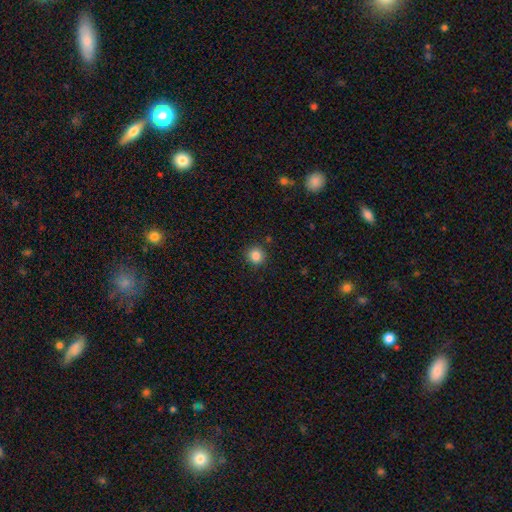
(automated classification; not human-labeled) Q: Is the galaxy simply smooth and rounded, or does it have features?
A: smooth — 86%.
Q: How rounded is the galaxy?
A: round — 90%.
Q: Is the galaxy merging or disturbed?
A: none — 87%.